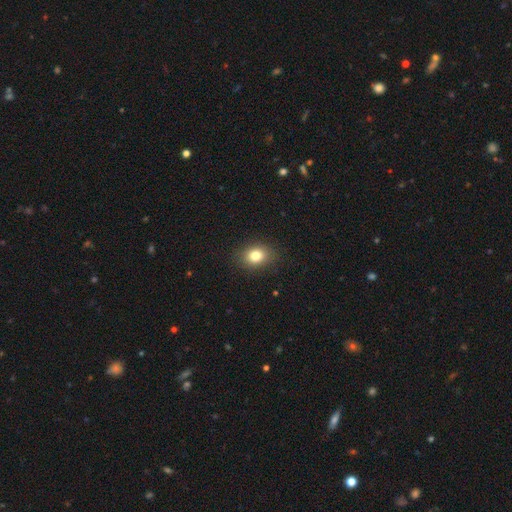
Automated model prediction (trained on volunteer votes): This appears to be a smooth galaxy with no disk features (81%) that is in between round and cigar-shaped (59%). Merging: none (87%).